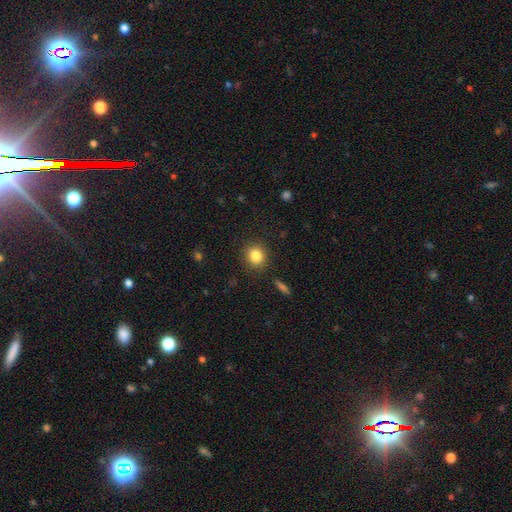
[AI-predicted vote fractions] Smooth or featured? Predicted: smooth (p=0.84). How rounded? Predicted: round (p=0.78). Merging? Predicted: none (p=0.88).